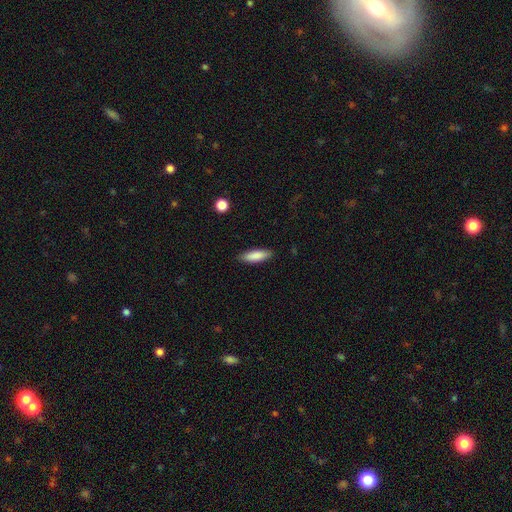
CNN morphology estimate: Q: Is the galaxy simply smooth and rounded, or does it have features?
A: smooth — 86%.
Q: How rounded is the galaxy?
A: in between — 49%, tied with cigar-shaped.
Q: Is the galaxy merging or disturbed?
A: none — 87%.